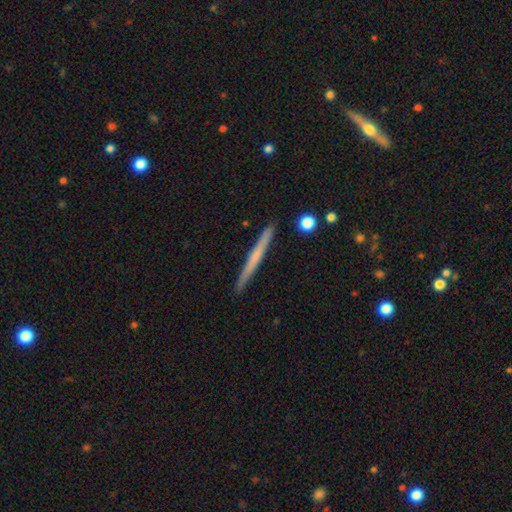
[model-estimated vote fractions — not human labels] A featured or disk galaxy (50%) viewed edge-on (97%). Merging: none (92%).